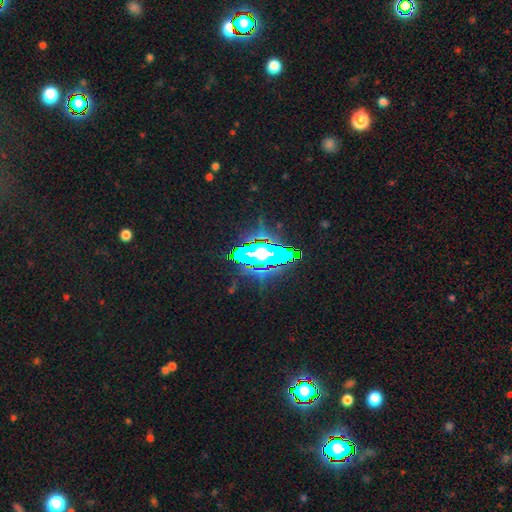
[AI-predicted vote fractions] This is marginally a star or artifact rather than a galaxy (42%).